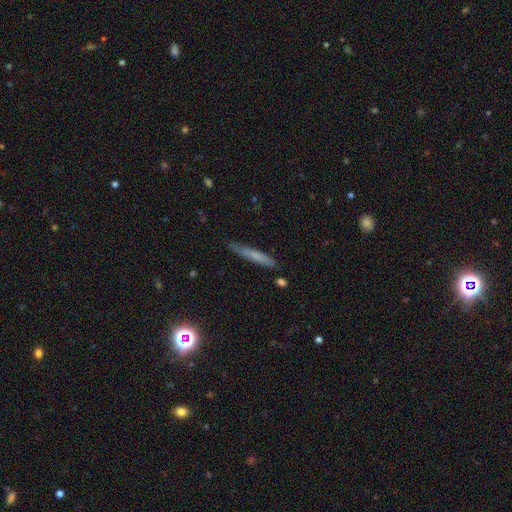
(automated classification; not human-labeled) Smooth or featured: smooth — 61% (featured or disk — 31%)
How rounded: cigar-shaped — 94% (in between — 4%)
Merging: none — 82% (minor disturbance — 14%)